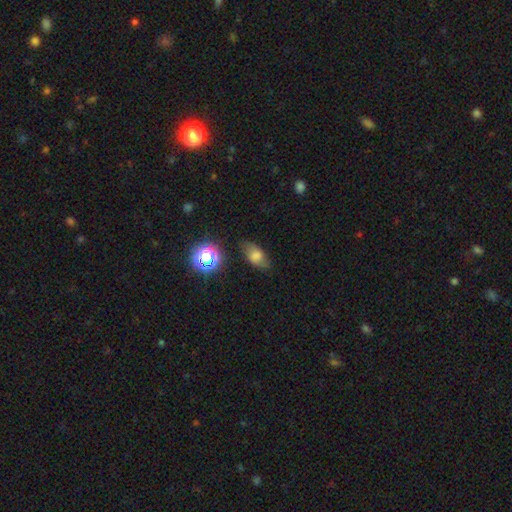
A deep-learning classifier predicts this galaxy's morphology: This appears to be a smooth galaxy with no disk features (66%) that is in between round and cigar-shaped (84%). Merging: none (70%).